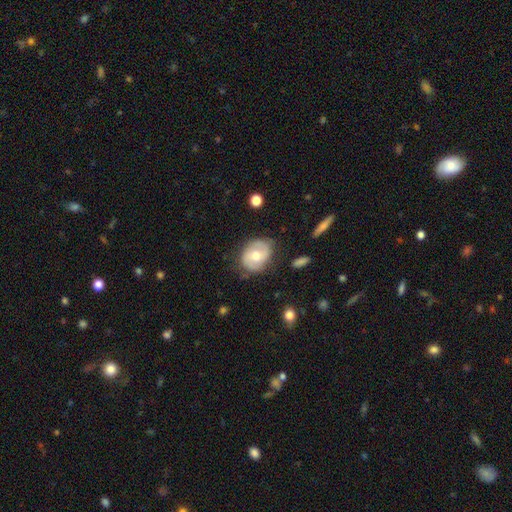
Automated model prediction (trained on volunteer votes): smooth-or-featured: featured or disk: 53% | smooth: 40% | star or artifact: 7%
  disk-edge-on: no: 96% | yes: 4%
    bar: no: 60% | weak: 32% | strong: 8%
    has-spiral-arms: yes: 73% | no: 27%
    bulge-size: moderate: 72% | small: 18% | large: 8% | none: 1% | dominant: 1%
  merging: none: 72% | minor disturbance: 20% | major disturbance: 6% | merger: 2%